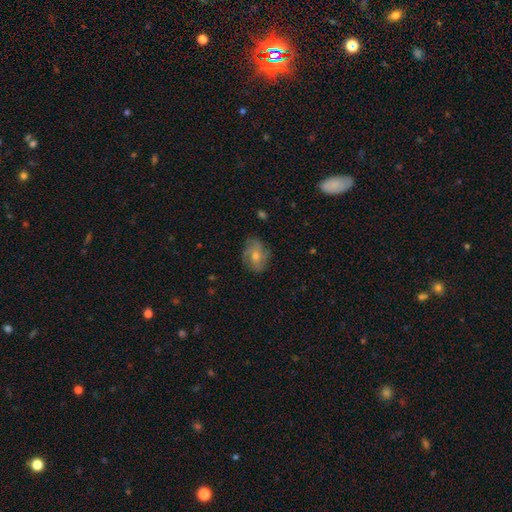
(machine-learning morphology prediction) Q: Smooth or featured?
A: featured or disk (63%); runner-up: smooth (26%)
Q: Edge-on disk?
A: no (96%); runner-up: yes (4%)
Q: Bar?
A: no (71%); runner-up: weak (24%)
Q: Spiral arms?
A: yes (87%); runner-up: no (13%)
Q: Spiral winding?
A: medium (41%); runner-up: tight (40%)
Q: Spiral arm count?
A: can't tell (29%); runner-up: 3 (28%)
Q: Bulge size?
A: moderate (56%); runner-up: small (39%)
Q: Merging?
A: none (75%); runner-up: minor disturbance (18%)